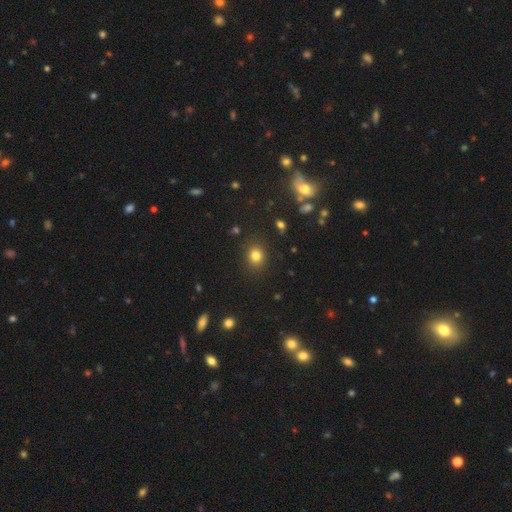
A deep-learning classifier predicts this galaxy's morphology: type=smooth (80%); roundness=round (66%); merging=none (86%).